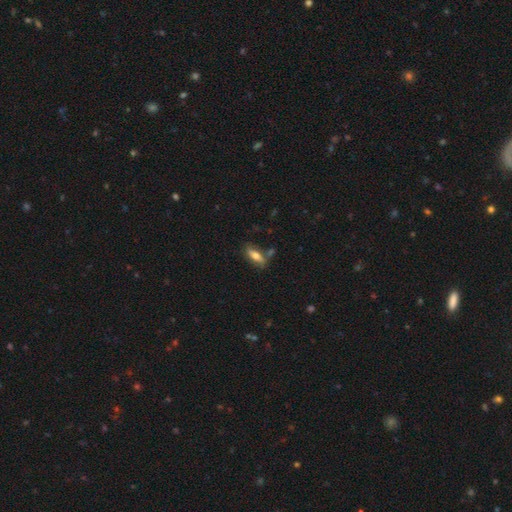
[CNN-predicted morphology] smooth 62%, featured or disk 31%, star or artifact 7%. Down the decision tree: how rounded — in between (63%); merging — none (67%).